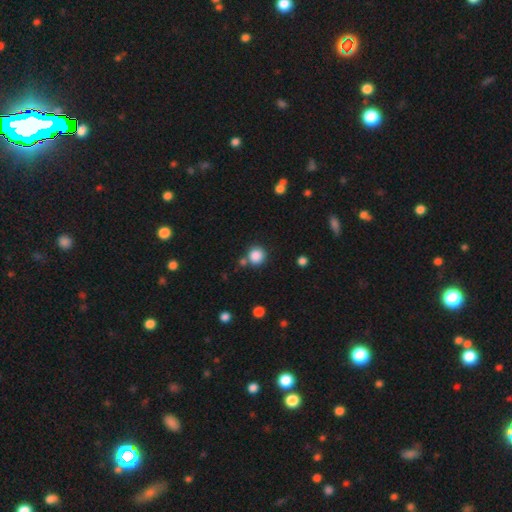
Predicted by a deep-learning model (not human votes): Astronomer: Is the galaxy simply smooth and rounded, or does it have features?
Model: smooth — 85%.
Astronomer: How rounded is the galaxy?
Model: round — 91%.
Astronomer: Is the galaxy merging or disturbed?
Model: none — 74%.